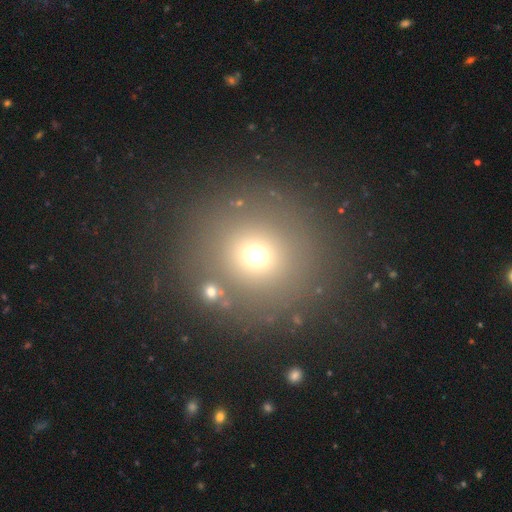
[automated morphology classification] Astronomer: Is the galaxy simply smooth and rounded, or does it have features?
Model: smooth — 67%.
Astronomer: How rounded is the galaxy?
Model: round — 92%.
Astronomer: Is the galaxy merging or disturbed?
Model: none — 83%.